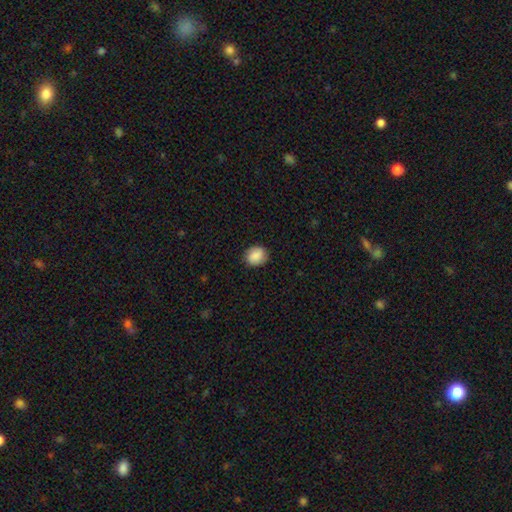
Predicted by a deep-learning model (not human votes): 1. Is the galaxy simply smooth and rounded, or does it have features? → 86% smooth, 7% star or artifact, 7% featured or disk.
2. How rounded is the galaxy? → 66% round, 33% in between, 1% cigar-shaped.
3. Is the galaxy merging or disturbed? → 86% none, 11% minor disturbance, 3% major disturbance, 1% merger.